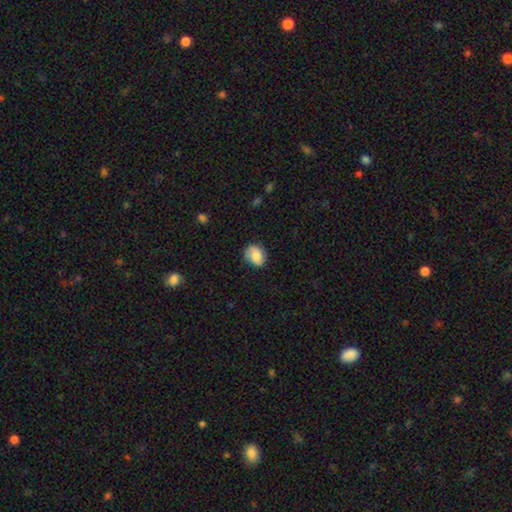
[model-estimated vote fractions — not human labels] A smooth galaxy with no disk features (71%) that is in between round and cigar-shaped (54%). Merging: none (72%).